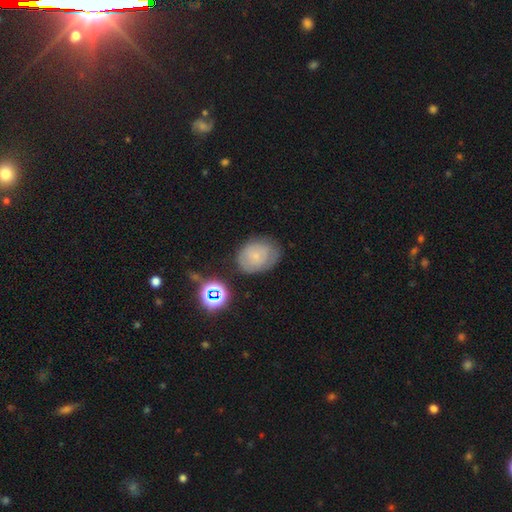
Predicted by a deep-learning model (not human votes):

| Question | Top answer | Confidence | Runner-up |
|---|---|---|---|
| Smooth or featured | smooth | 56% | featured or disk (29%) |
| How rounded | in between | 58% | round (41%) |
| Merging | none | 65% | minor disturbance (23%) |